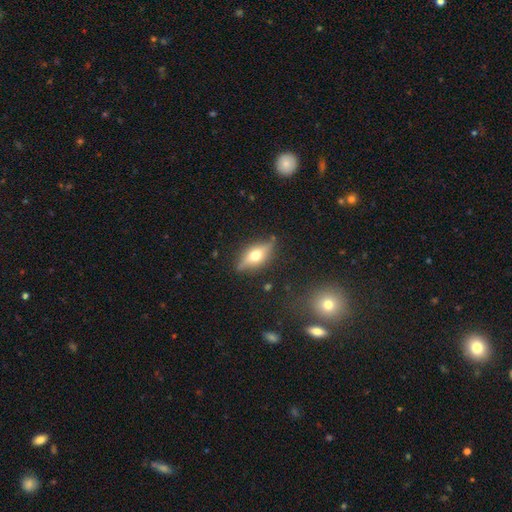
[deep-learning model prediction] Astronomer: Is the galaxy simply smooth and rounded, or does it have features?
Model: featured or disk — 57% (runner-up: smooth, 35%).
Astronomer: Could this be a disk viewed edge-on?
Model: yes — 86%.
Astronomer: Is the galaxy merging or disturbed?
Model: none — 82%.